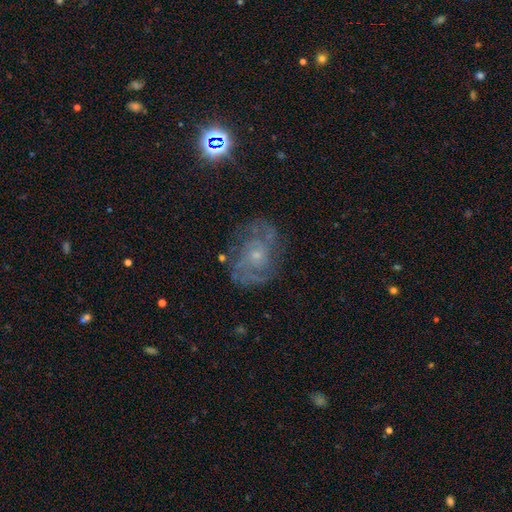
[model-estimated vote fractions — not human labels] A featured or disk galaxy (79%) with no bar (74%), 2 (39%) medium (44%, tied with tight) spiral arms (92%) and a small central bulge (72%). Merging: none (73%).